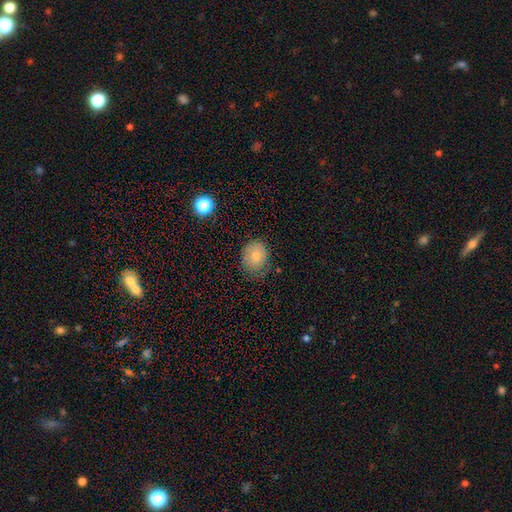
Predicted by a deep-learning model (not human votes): A smooth galaxy with no disk features (76%) that is round (61%). Merging: none (70%).